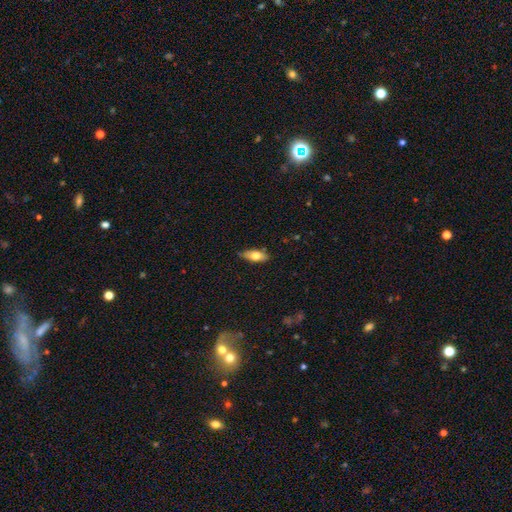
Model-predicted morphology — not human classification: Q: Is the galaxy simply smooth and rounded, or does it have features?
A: smooth — 67%.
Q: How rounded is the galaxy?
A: in between — 74%.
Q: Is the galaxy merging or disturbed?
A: none — 78%.